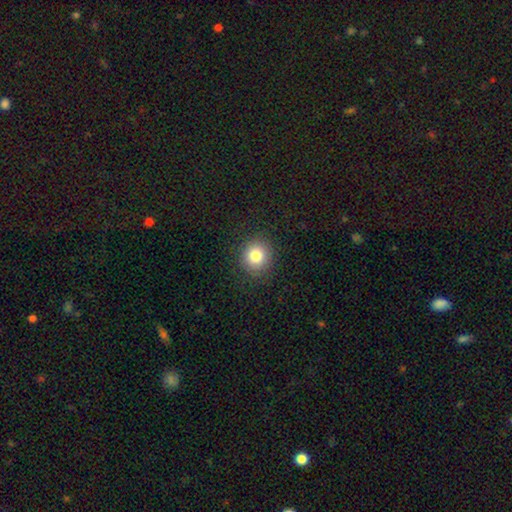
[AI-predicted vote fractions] Smooth or featured? Predicted: smooth (p=0.82). How rounded? Predicted: round (p=0.87). Merging? Predicted: none (p=0.89).